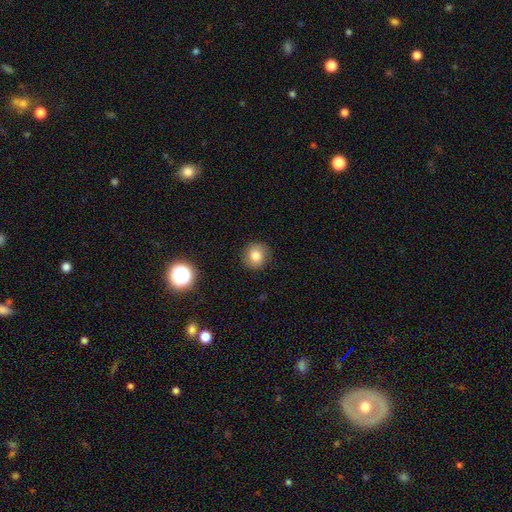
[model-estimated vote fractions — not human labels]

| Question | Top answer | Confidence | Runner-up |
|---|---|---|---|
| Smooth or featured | smooth | 80% | star or artifact (12%) |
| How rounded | round | 89% | in between (10%) |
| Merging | none | 89% | minor disturbance (8%) |